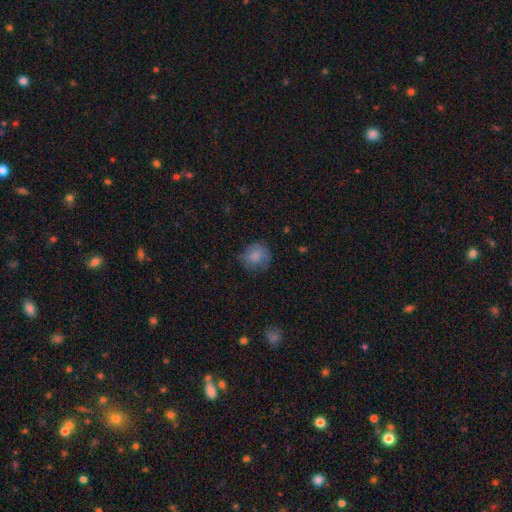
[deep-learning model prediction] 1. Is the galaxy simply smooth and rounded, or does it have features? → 78% smooth, 14% featured or disk, 8% star or artifact.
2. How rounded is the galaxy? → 82% round, 17% in between, 1% cigar-shaped.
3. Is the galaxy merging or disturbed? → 65% none, 24% minor disturbance, 9% major disturbance, 1% merger.